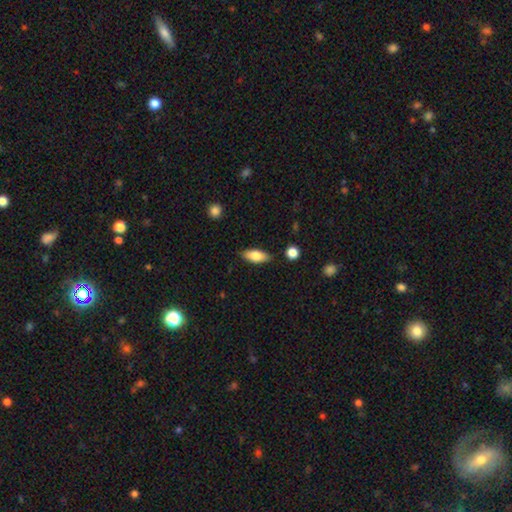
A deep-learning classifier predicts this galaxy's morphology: A smooth galaxy with no disk features (76%) that is in between round and cigar-shaped (81%). Merging: none (83%).